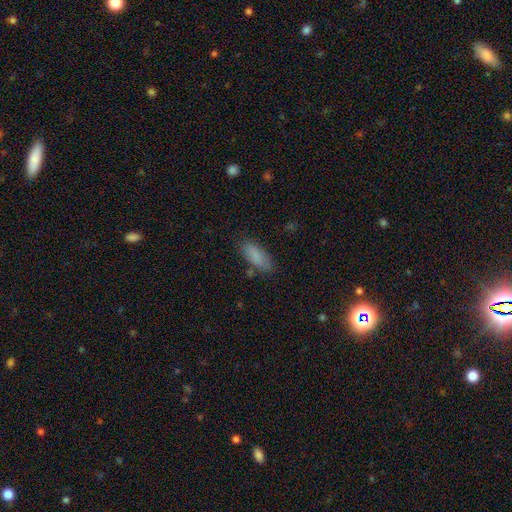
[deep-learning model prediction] smooth_or_featured: smooth (p=0.87) [alt: star or artifact p=0.08]
how_rounded: in between (p=0.76) [alt: cigar-shaped p=0.22]
merging: none (p=0.77) [alt: minor disturbance p=0.15]